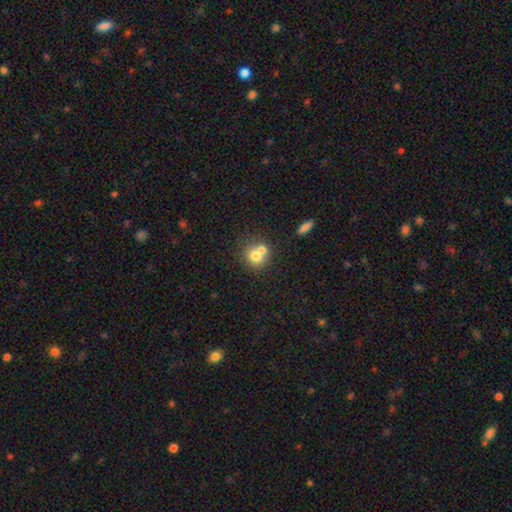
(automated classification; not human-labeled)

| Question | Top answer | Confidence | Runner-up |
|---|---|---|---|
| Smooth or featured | smooth | 70% | featured or disk (19%) |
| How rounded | round | 81% | in between (18%) |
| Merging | merger | 53% | none (37%) |